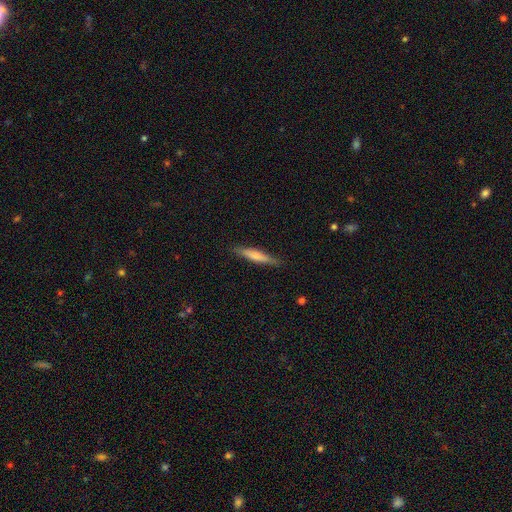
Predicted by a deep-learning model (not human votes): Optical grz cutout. It shows a smooth galaxy with no disk features (62%) that is cigar-shaped (88%). Merging: none (86%).